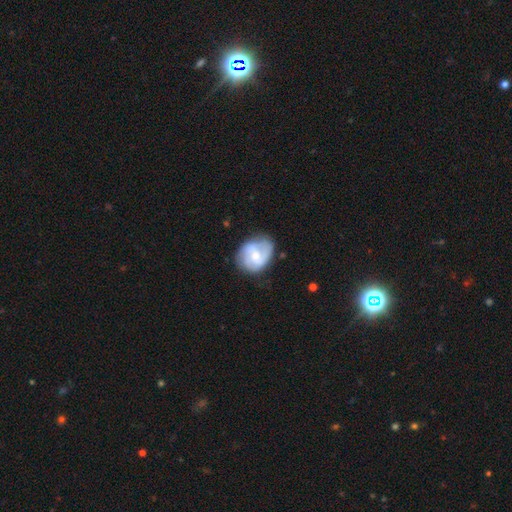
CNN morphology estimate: Overall: featured or disk (66%; smooth 28%). Edge-on disk: no (98%). Bar: weak (52%; no 33%). Spiral arms: yes (87%). Spiral arm count: 2 (66%). Spiral winding: medium (46%; loose 27%). Bulge size: small (48%; moderate 43%). Merging: none (66%).